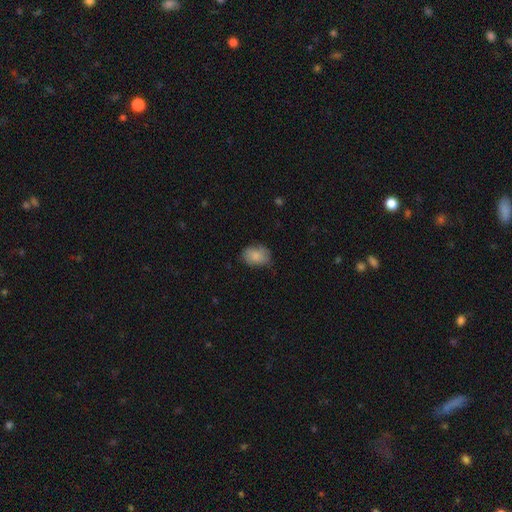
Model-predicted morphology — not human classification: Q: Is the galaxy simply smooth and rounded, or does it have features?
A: smooth — 82%.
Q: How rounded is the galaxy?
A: in between — 75%.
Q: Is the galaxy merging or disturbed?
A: none — 67%.